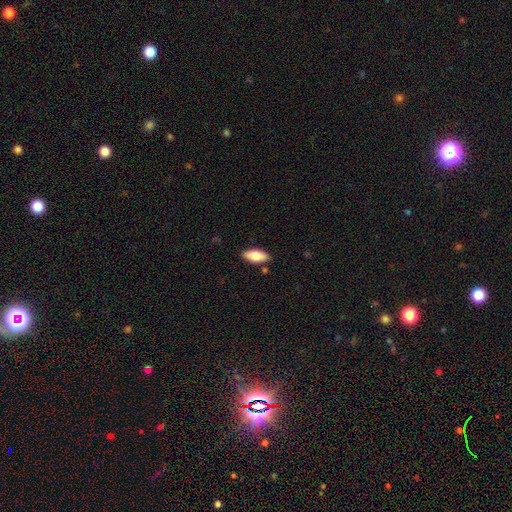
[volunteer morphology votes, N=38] Volunteers were most divided on "smooth or featured": smooth: 74%, featured or disk: 24%, star or artifact: 3%. More confident: how rounded — in between (93%); merging — none (78%).